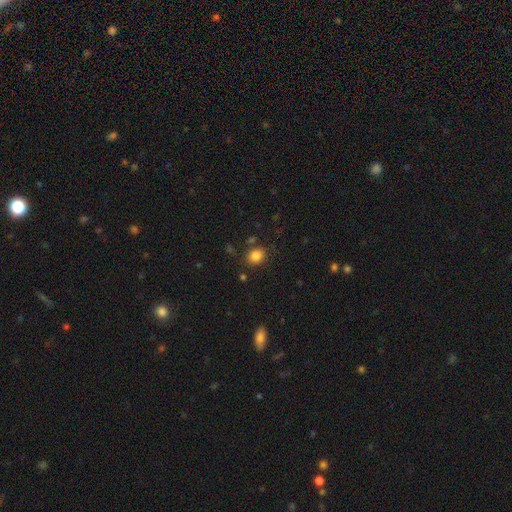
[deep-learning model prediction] A smooth galaxy with no disk features (84%) that is round (68%). Merging: none (82%).